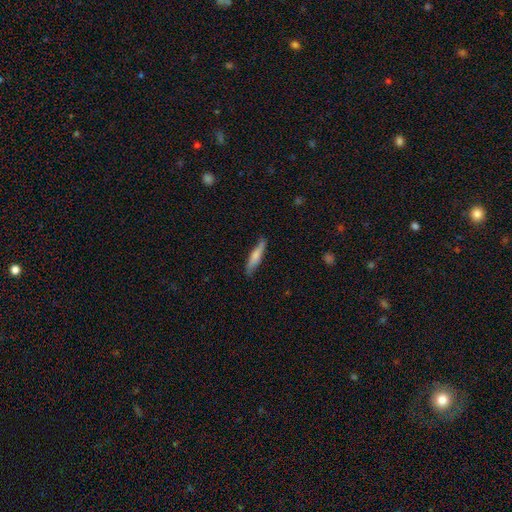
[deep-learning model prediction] Overall: smooth (68%). How rounded: cigar-shaped (87%). Merging: none (82%).